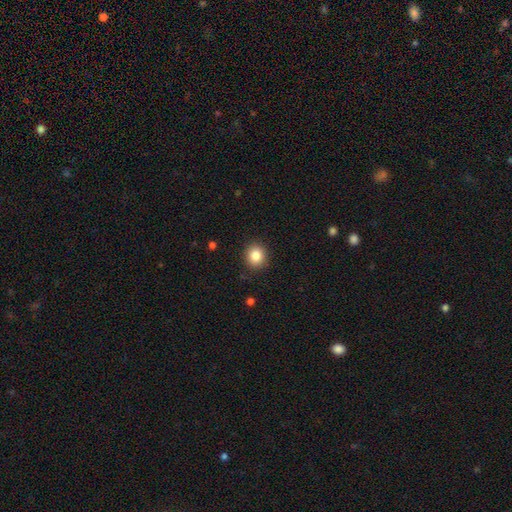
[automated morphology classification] A smooth galaxy with no disk features (85%) that is round (84%).

Vote fractions:
- Smooth or featured? smooth: 85% / star or artifact: 10% / featured or disk: 5%
- How rounded? round: 84% / in between: 15% / cigar-shaped: 1%
- Merging? none: 90% / minor disturbance: 7% / major disturbance: 2% / merger: 1%